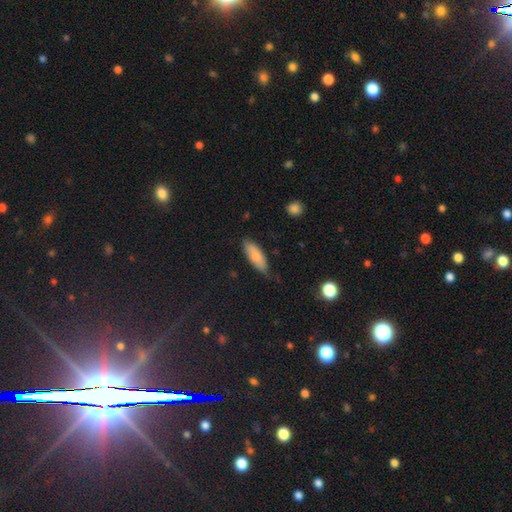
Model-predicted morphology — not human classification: Overall: smooth (82%). How rounded: in between (69%; cigar-shaped 30%). Merging: none (67%).